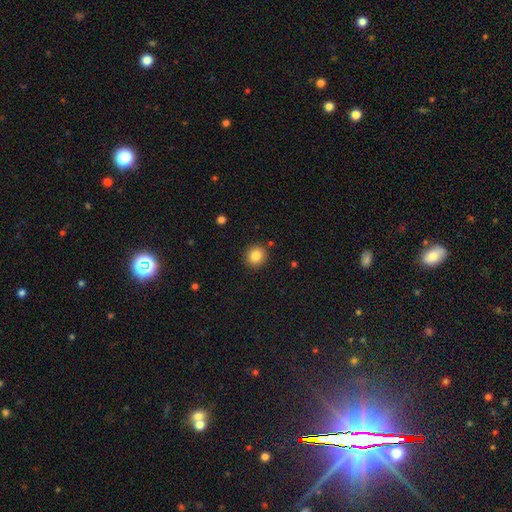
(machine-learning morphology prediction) Smooth or featured: smooth — 85% (star or artifact — 10%)
How rounded: round — 90% (in between — 9%)
Merging: none — 90% (minor disturbance — 6%)